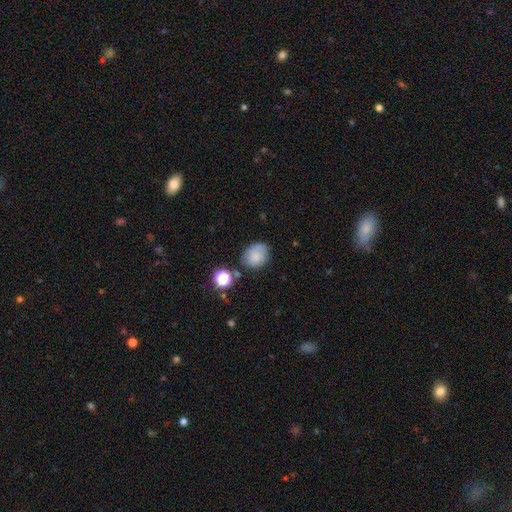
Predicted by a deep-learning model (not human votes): smooth-or-featured: smooth: 74% | featured or disk: 14% | star or artifact: 12%
  how-rounded: round: 54% | in between: 45% | cigar-shaped: 1%
  merging: none: 62% | minor disturbance: 24% | major disturbance: 7% | merger: 7%